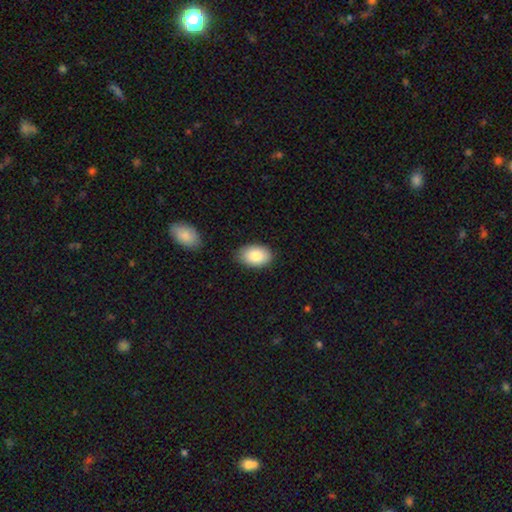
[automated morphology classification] smooth 85%, featured or disk 8%, star or artifact 6%. Down the decision tree: how rounded — in between (90%); merging — none (83%).